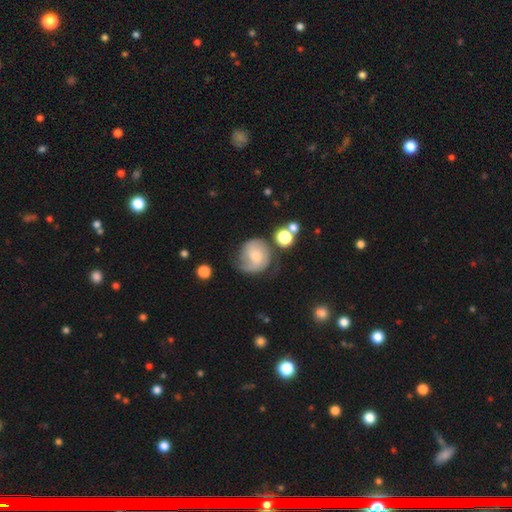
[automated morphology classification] smooth_or_featured: featured or disk (p=0.62) [alt: smooth p=0.31]
disk_edge_on: no (p=0.98) [alt: yes p=0.02]
bar: no (p=0.61) [alt: weak p=0.33]
has_spiral_arms: yes (p=0.89) [alt: no p=0.11]
spiral_winding: medium (p=0.42) [alt: tight p=0.33]
spiral_arm_count: 2 (p=0.64) [alt: 1 p=0.15]
bulge_size: small (p=0.46) [alt: moderate p=0.41]
merging: none (p=0.52) [alt: minor disturbance p=0.25]